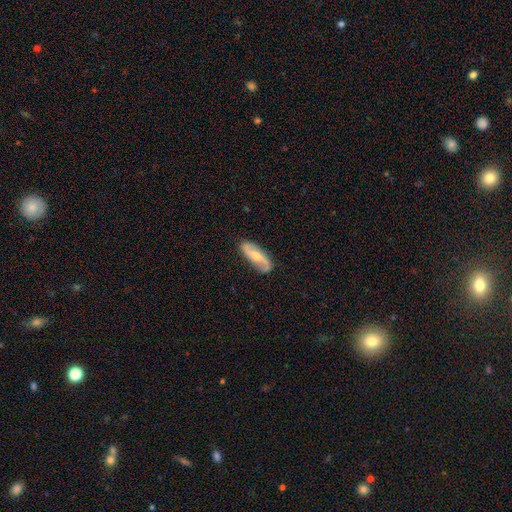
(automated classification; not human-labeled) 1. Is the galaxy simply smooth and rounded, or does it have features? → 72% featured or disk, 22% smooth, 5% star or artifact.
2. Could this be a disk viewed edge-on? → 89% no, 11% yes.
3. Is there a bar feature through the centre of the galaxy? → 38% no, 37% weak, 25% strong.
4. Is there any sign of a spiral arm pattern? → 91% yes, 9% no.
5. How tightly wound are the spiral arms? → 58% loose, 29% medium, 14% tight.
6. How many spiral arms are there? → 90% 2, 4% can't tell, 2% 1, 1% 3, 1% 4, 1% more than 4.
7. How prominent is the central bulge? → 58% moderate, 34% small, 4% large, 3% none, 1% dominant.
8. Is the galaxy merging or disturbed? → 83% none, 13% minor disturbance, 3% major disturbance, 1% merger.